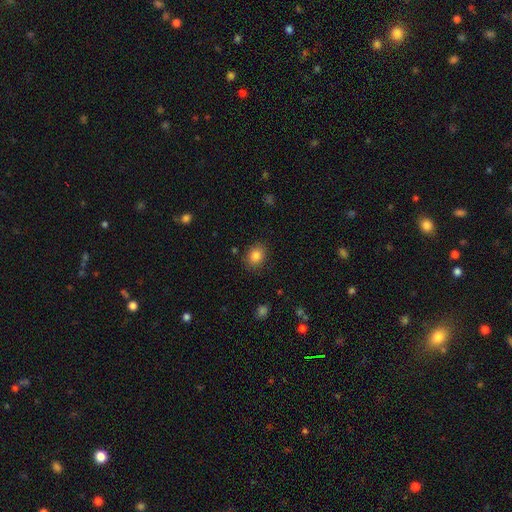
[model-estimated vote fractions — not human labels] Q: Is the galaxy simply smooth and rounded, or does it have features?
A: smooth — 84%.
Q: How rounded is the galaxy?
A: round — 53%.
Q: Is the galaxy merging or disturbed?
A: none — 85%.